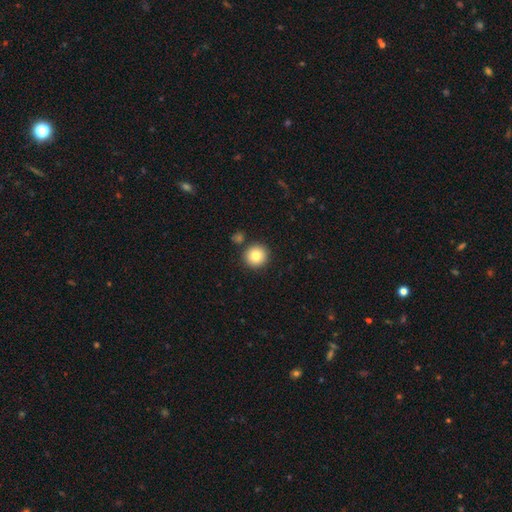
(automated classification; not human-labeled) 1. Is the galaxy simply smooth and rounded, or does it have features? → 81% smooth, 10% star or artifact, 9% featured or disk.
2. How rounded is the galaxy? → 95% round, 4% in between, 1% cigar-shaped.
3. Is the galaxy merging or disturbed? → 87% none, 6% minor disturbance, 5% merger, 2% major disturbance.